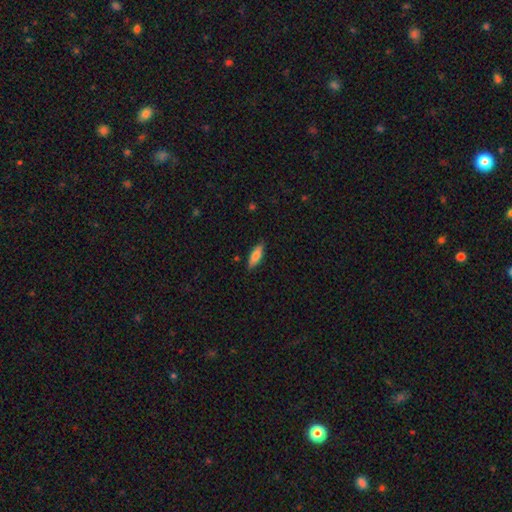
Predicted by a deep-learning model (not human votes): Q: Smooth or featured?
A: smooth (74%); runner-up: featured or disk (19%)
Q: How rounded?
A: in between (55%); runner-up: cigar-shaped (43%)
Q: Merging?
A: none (85%); runner-up: minor disturbance (12%)